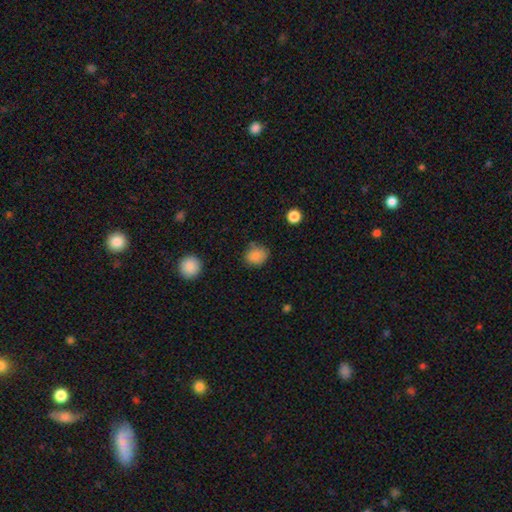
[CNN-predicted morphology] The model was most divided on "how rounded": round: 68%, in between: 31%, cigar-shaped: 1%. More confident: smooth or featured — smooth (86%); merging — none (78%).